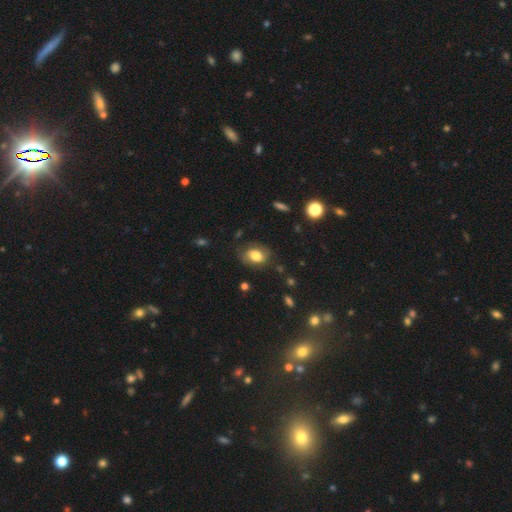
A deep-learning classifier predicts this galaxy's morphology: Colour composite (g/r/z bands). It shows a smooth galaxy with no disk features (70%) that is in between round and cigar-shaped (70%). Merging: none (71%).